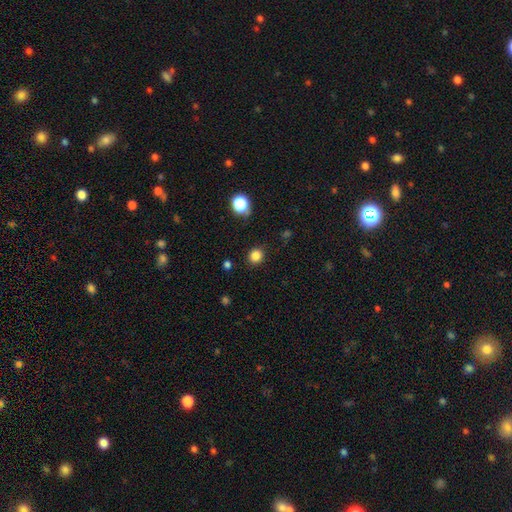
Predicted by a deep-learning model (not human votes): Smooth or featured? Predicted: smooth (p=0.84). How rounded? Predicted: round (p=0.81). Merging? Predicted: none (p=0.88).